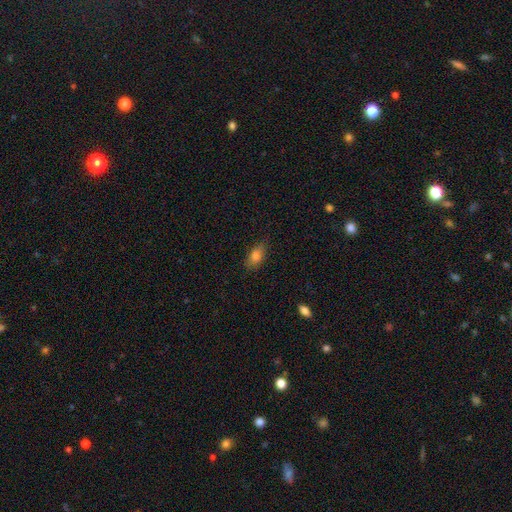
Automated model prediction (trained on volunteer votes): A smooth galaxy with no disk features (80%) that is in between round and cigar-shaped (86%). Merging: none (77%).